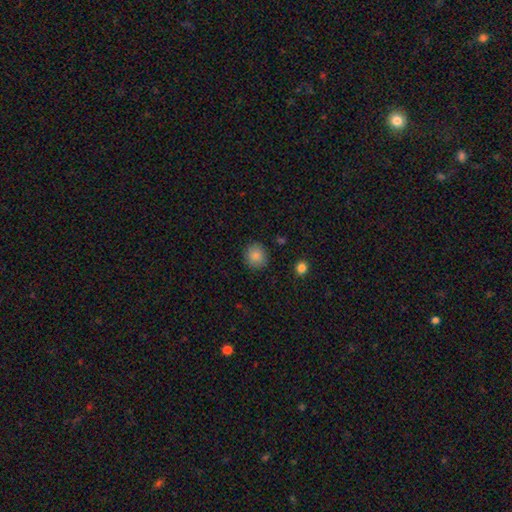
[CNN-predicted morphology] A smooth galaxy with no disk features (87%) that is round (82%).

Vote fractions:
- Smooth or featured? smooth: 87% / star or artifact: 9% / featured or disk: 4%
- How rounded? round: 82% / in between: 17% / cigar-shaped: 1%
- Merging? none: 88% / minor disturbance: 8% / major disturbance: 2% / merger: 1%